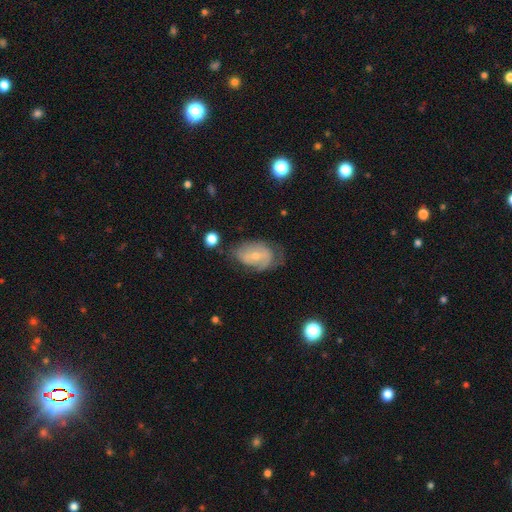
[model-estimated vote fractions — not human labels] Smooth or featured? featured or disk (62%)
Edge-on disk? no (95%)
Bar? no (53%)
Spiral arms? yes (72%)
Bulge size? small (59%)
Merging? none (50%)